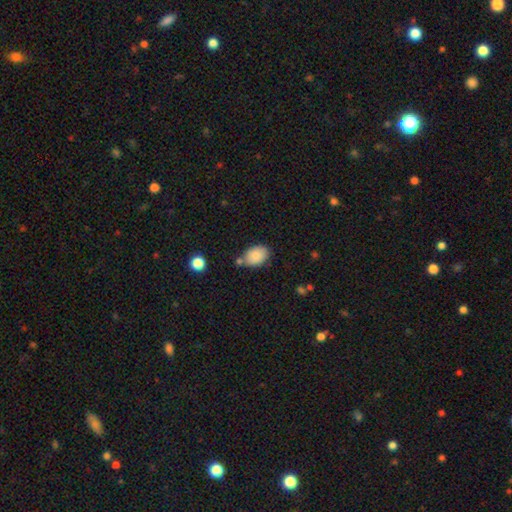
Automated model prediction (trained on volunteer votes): This is clearly a smooth galaxy (87%). How rounded: clearly in between (84%). Merging: likely none (63%).